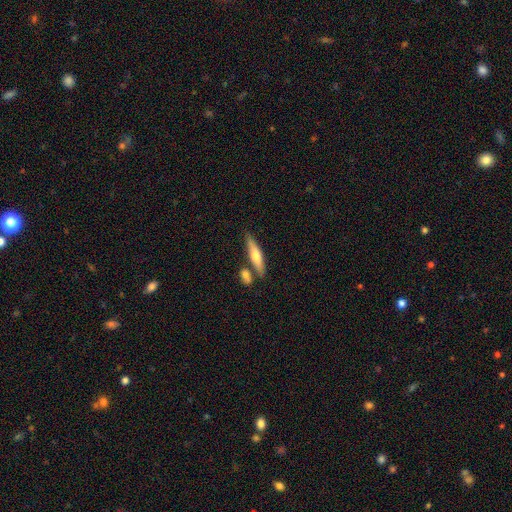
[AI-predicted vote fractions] Smooth or featured?
  - smooth: 54% *
  - featured or disk: 41%
  - star or artifact: 6%
How rounded?
  - cigar-shaped: 79% *
  - in between: 19%
  - round: 2%
Merging?
  - none: 70% *
  - merger: 16%
  - minor disturbance: 11%
  - major disturbance: 3%